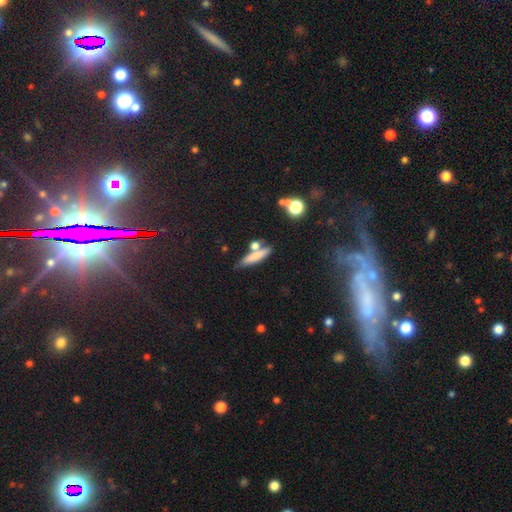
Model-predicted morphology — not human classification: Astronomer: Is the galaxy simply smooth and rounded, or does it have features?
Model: smooth — 70%.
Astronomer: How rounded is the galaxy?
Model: cigar-shaped — 77%.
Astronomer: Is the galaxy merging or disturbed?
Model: none — 61%.